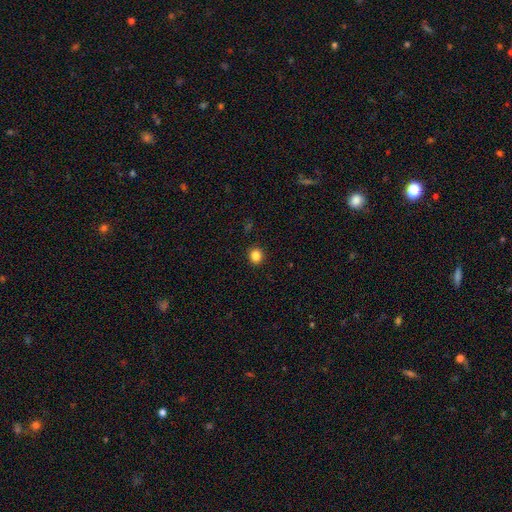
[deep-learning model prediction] Overall: smooth (84%). How rounded: round (82%). Merging: none (91%).